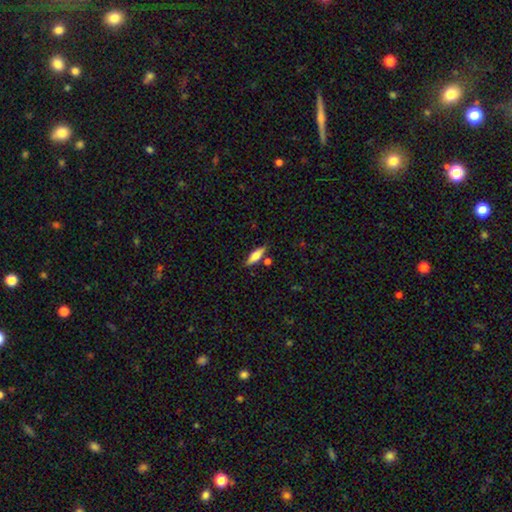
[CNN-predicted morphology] Overall: smooth (67%). How rounded: cigar-shaped (50%; in between 48%). Merging: none (78%).